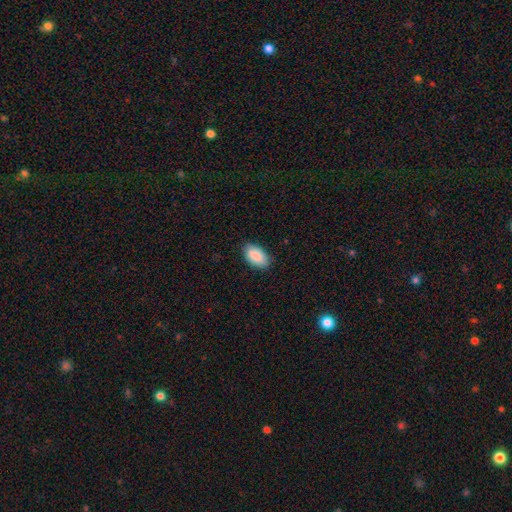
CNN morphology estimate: Smooth or featured? smooth (89%)
How rounded? in between (94%)
Merging? none (84%)